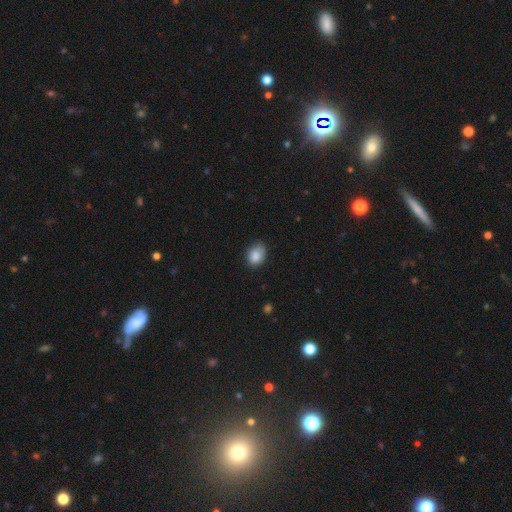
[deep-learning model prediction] This appears to be a smooth galaxy with no disk features (86%) that is in between round and cigar-shaped (65%). Merging: none (69%).